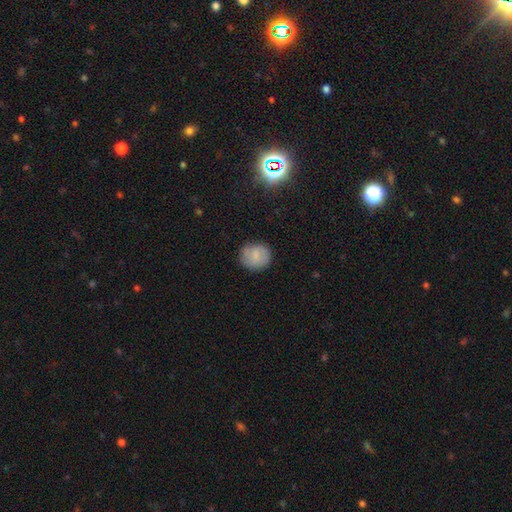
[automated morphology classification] smooth 78%, featured or disk 14%, star or artifact 8%. Down the decision tree: how rounded — round (83%); merging — none (81%).